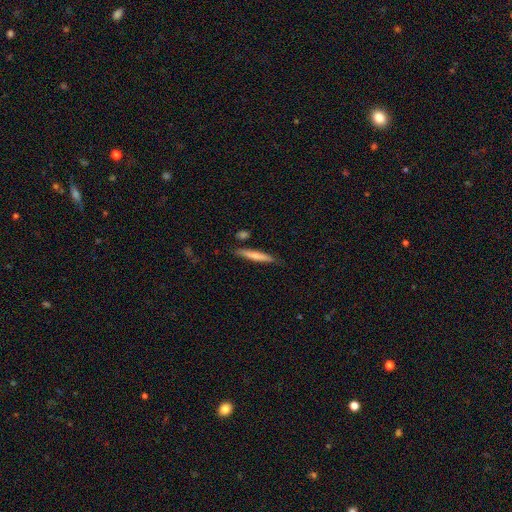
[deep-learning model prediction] smooth-or-featured: smooth: 69% | featured or disk: 26% | star or artifact: 6%
  how-rounded: cigar-shaped: 93% | in between: 5% | round: 1%
  merging: none: 83% | minor disturbance: 12% | merger: 3% | major disturbance: 2%